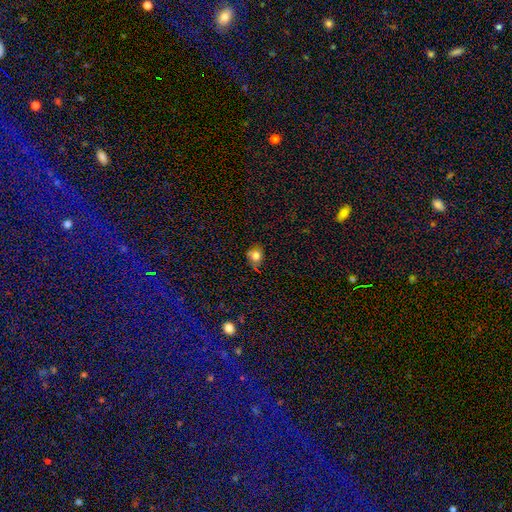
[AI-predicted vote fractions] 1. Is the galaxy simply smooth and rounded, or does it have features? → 78% smooth, 12% star or artifact, 10% featured or disk.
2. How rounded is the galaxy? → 60% round, 39% in between, 1% cigar-shaped.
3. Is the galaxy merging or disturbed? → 63% none, 28% minor disturbance, 6% major disturbance, 3% merger.